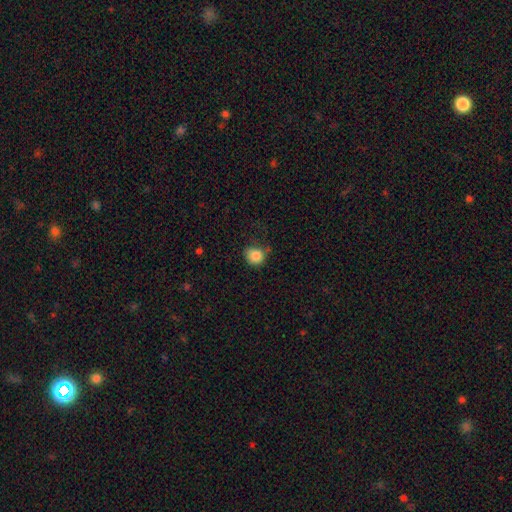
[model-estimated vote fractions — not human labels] A smooth galaxy with no disk features (85%) that is round (80%). Merging: none (63%).